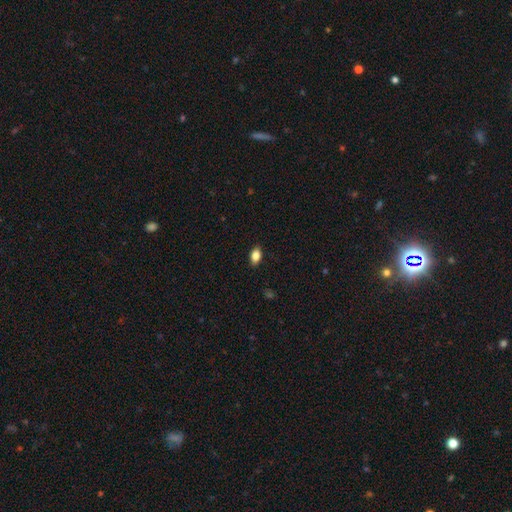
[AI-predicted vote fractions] Q: Smooth or featured?
A: smooth (83%); runner-up: featured or disk (9%)
Q: How rounded?
A: in between (88%); runner-up: round (9%)
Q: Merging?
A: none (88%); runner-up: minor disturbance (9%)